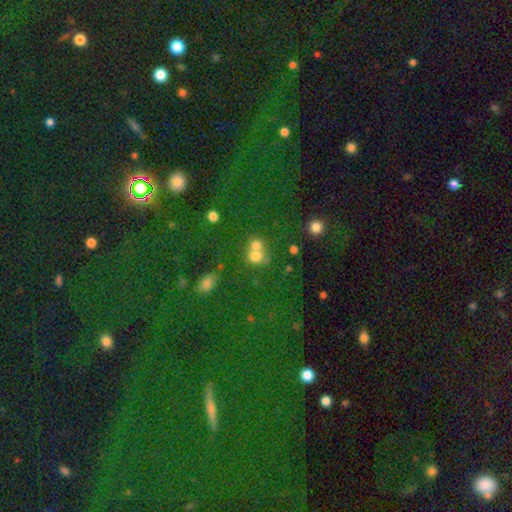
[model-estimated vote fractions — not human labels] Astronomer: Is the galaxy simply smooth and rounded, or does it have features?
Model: smooth — 68%.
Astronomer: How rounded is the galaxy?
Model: round — 78%.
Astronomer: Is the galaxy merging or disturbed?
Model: merger — 58%.